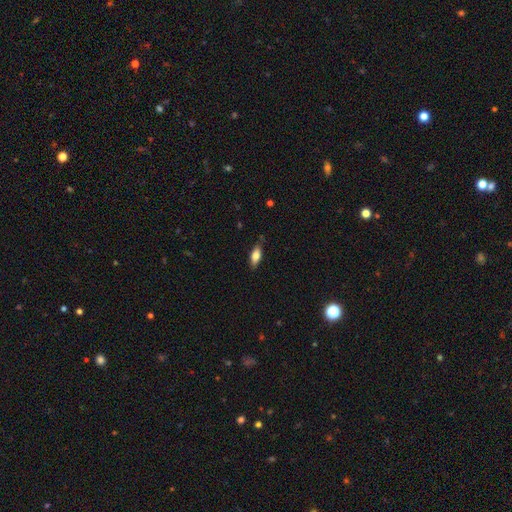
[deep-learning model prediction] This appears to be a smooth galaxy with no disk features (75%) that is in between round and cigar-shaped (78%). Merging: none (79%).